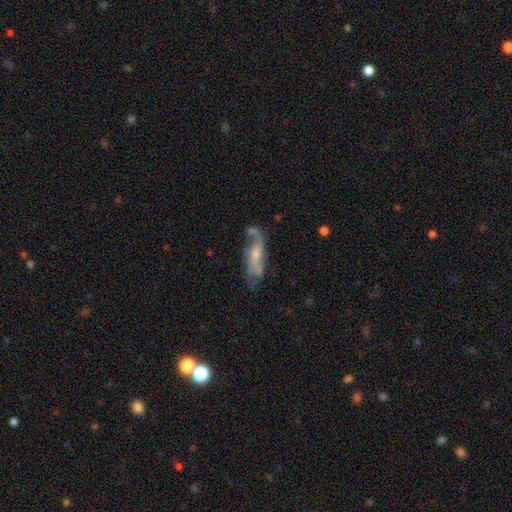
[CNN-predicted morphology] type=featured or disk (60%); edge-on=no (82%); merging=none (44%).